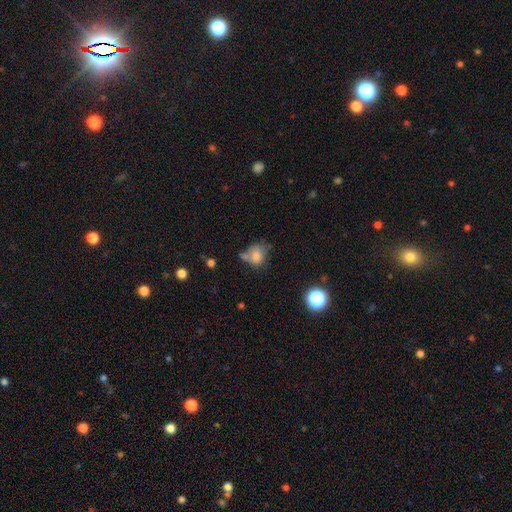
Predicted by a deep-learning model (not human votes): smooth-or-featured: smooth: 76% | featured or disk: 13% | star or artifact: 11%
  how-rounded: round: 59% | in between: 39% | cigar-shaped: 1%
  merging: none: 41% | merger: 25% | minor disturbance: 23% | major disturbance: 11%